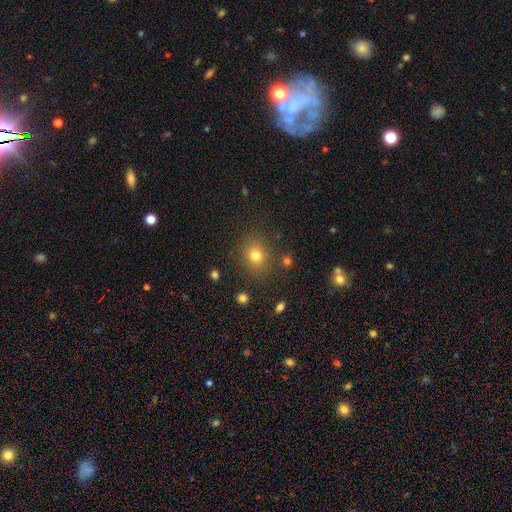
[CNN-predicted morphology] The model was most divided on "how rounded": round: 68%, in between: 31%, cigar-shaped: 1%. More confident: merging — none (82%); smooth or featured — smooth (77%).